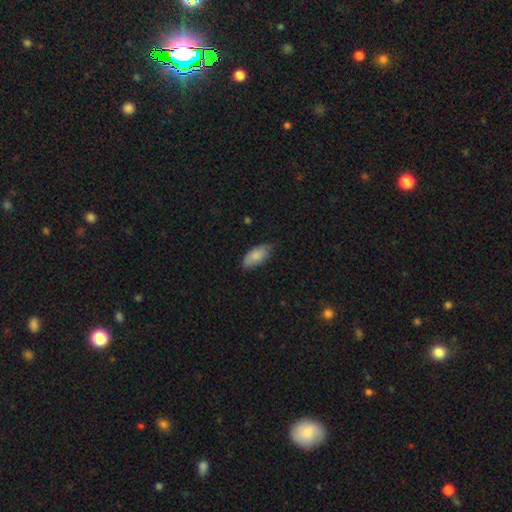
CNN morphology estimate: Smooth or featured?
  - smooth: 83% *
  - featured or disk: 11%
  - star or artifact: 6%
How rounded?
  - in between: 89% *
  - cigar-shaped: 9%
  - round: 2%
Merging?
  - none: 71% *
  - minor disturbance: 24%
  - major disturbance: 3%
  - merger: 1%